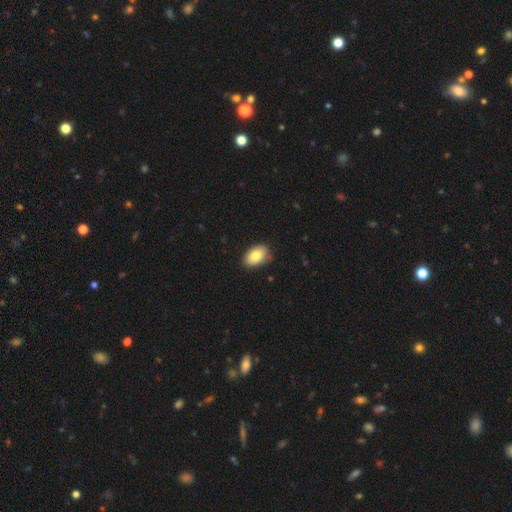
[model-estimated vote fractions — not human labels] Q: Smooth or featured?
A: smooth (83%); runner-up: featured or disk (10%)
Q: How rounded?
A: in between (92%); runner-up: round (7%)
Q: Merging?
A: none (83%); runner-up: minor disturbance (14%)